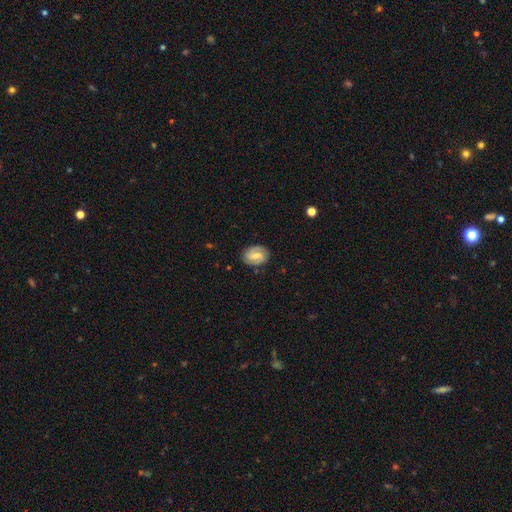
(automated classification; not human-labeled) This is possibly a featured or disk galaxy (55%). It is clearly not viewed edge-on (97%). Bar: possibly weak (53%). Spiral arm pattern: clearly yes (86%). Central bulge: possibly moderate (46%). Merging: clearly none (81%).